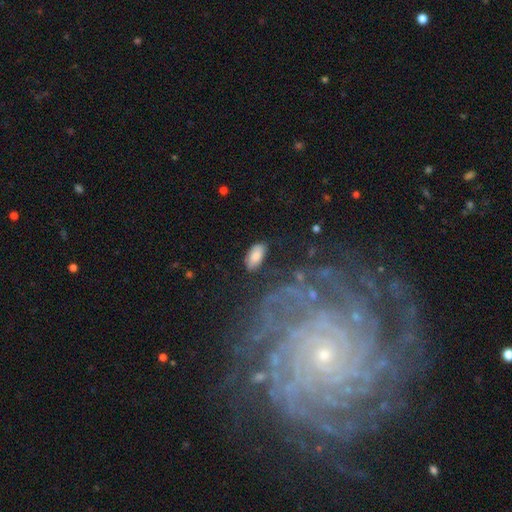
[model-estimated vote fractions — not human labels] Smooth or featured? Predicted: smooth (p=0.81). How rounded? Predicted: in between (p=0.91). Merging? Predicted: none (p=0.72).